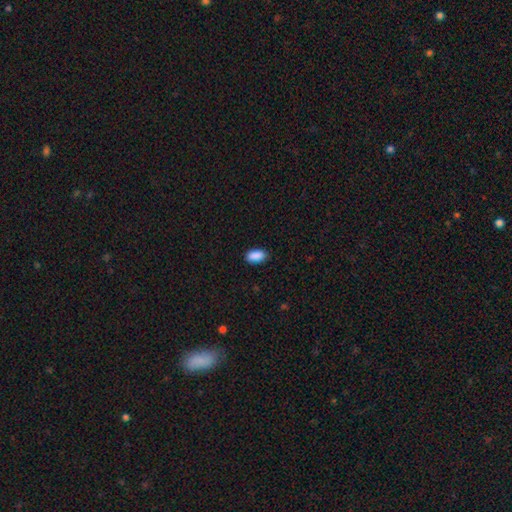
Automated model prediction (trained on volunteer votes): This is clearly a smooth galaxy (90%). How rounded: clearly in between (93%). Merging: clearly none (87%).